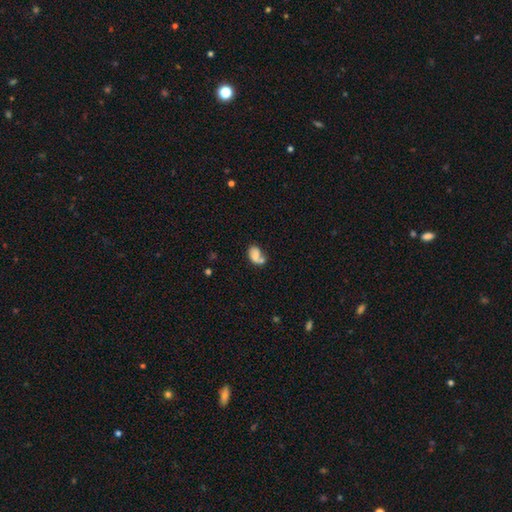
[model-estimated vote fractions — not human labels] Smooth or featured: smooth — 64% (featured or disk — 25%)
How rounded: in between — 81% (round — 17%)
Merging: merger — 40% (none — 29%)